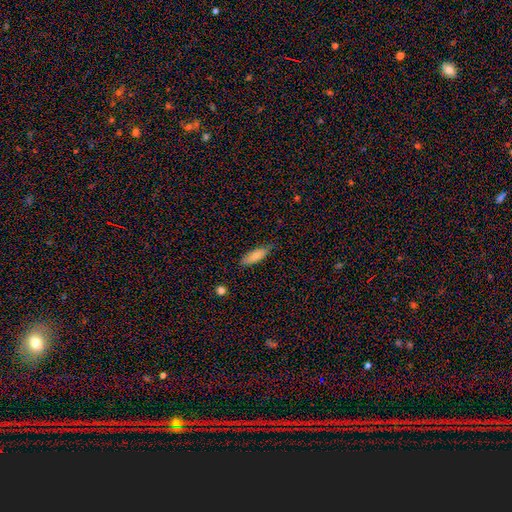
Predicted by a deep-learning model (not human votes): smooth-or-featured: smooth: 77% | featured or disk: 17% | star or artifact: 6%
  how-rounded: in between: 61% | cigar-shaped: 37% | round: 2%
  merging: none: 76% | minor disturbance: 19% | major disturbance: 3% | merger: 1%